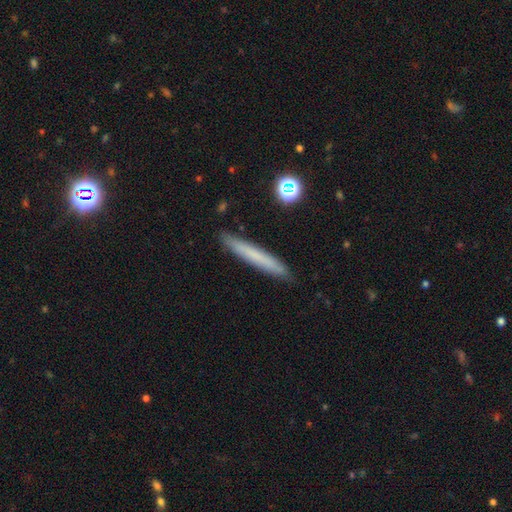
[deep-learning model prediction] smooth 65%, featured or disk 27%, star or artifact 7%. Down the decision tree: how rounded — cigar-shaped (96%); merging — none (89%).